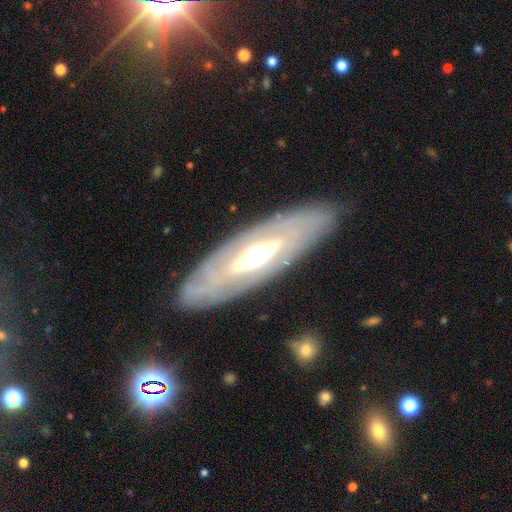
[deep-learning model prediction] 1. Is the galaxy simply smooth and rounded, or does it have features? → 78% featured or disk, 17% smooth, 6% star or artifact.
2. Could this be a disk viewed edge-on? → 73% no, 27% yes.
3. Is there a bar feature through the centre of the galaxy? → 42% no, 33% weak, 25% strong.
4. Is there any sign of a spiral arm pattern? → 52% yes, 48% no.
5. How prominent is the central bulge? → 66% moderate, 21% large, 11% small, 2% dominant, 1% none.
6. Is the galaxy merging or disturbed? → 83% none, 12% minor disturbance, 4% major disturbance, 2% merger.